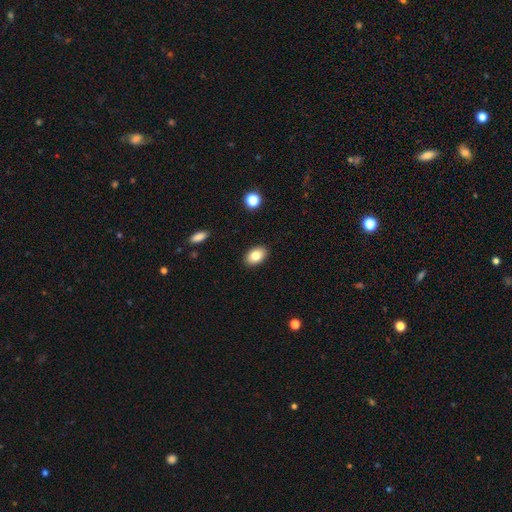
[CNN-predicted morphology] This appears to be a smooth galaxy with no disk features (82%) that is in between round and cigar-shaped (86%). Merging: none (89%).